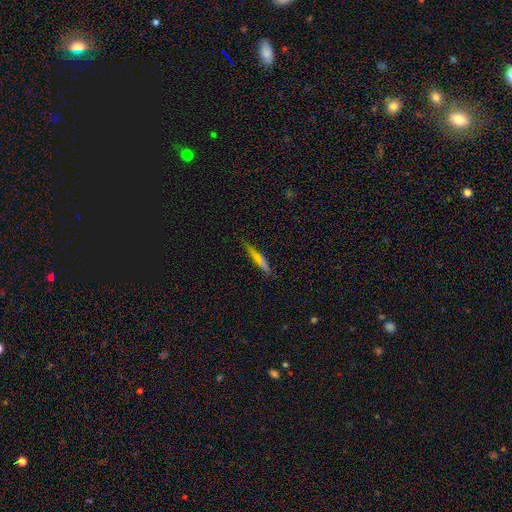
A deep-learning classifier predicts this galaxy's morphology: This appears to be a smooth galaxy with no disk features (63%) that is cigar-shaped (92%). Merging: none (75%).